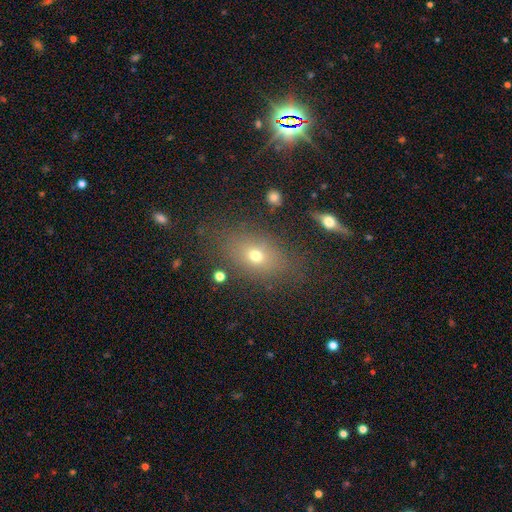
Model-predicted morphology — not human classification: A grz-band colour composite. It shows a smooth galaxy with no disk features (66%) that is in between round and cigar-shaped (75%). Merging: none (76%).